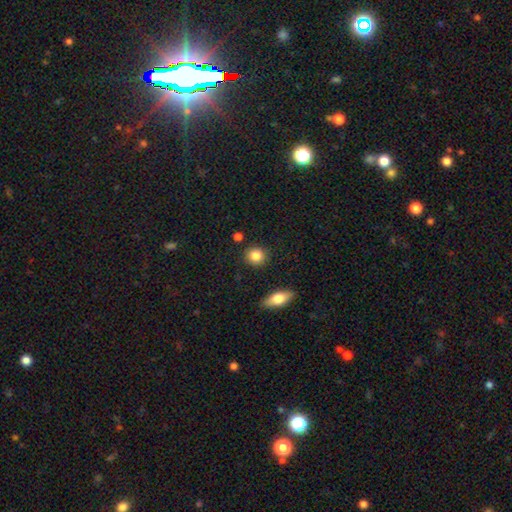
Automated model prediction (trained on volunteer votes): A smooth galaxy with no disk features (86%) that is round (84%).

Vote fractions:
- Smooth or featured? smooth: 86% / star or artifact: 8% / featured or disk: 6%
- How rounded? round: 84% / in between: 15% / cigar-shaped: 2%
- Merging? none: 88% / minor disturbance: 7% / merger: 3% / major disturbance: 2%